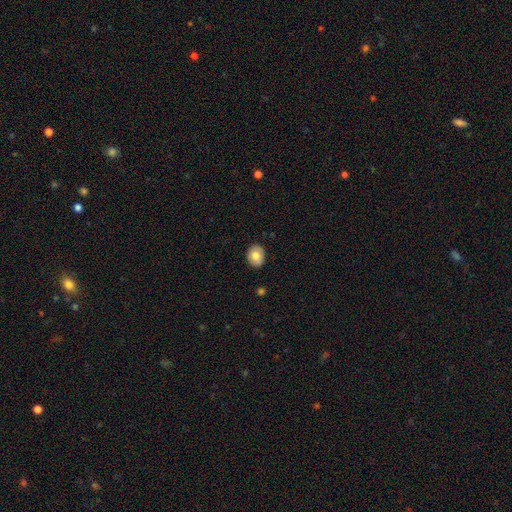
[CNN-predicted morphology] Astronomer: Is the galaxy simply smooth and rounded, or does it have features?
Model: smooth — 75%.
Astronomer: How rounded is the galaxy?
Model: in between — 52% (runner-up: round, 47%).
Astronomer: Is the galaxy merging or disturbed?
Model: none — 89%.